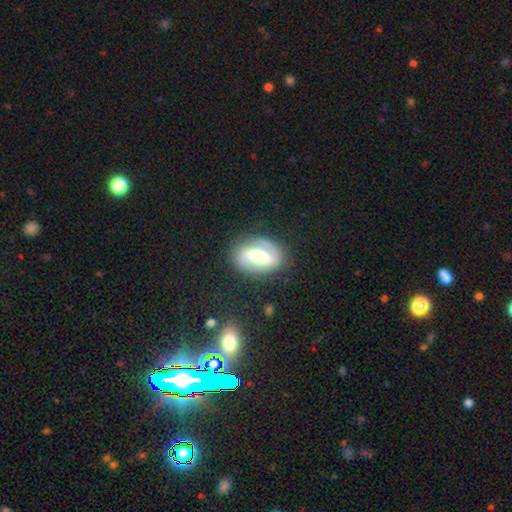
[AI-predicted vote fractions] smooth_or_featured: featured or disk (p=0.69) [alt: smooth p=0.24]
disk_edge_on: no (p=0.95) [alt: yes p=0.05]
bar: strong (p=0.47) [alt: weak p=0.35]
has_spiral_arms: yes (p=0.78) [alt: no p=0.22]
spiral_winding: medium (p=0.42) [alt: tight p=0.36]
spiral_arm_count: 2 (p=0.80) [alt: can't tell p=0.10]
bulge_size: moderate (p=0.58) [alt: large p=0.23]
merging: none (p=0.77) [alt: minor disturbance p=0.15]